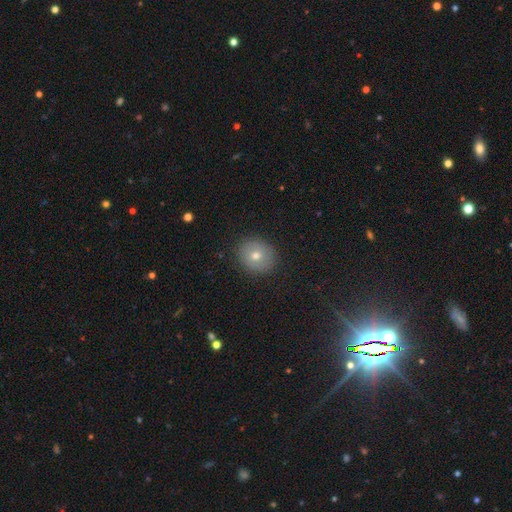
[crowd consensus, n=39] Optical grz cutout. It shows a smooth galaxy with no disk features (77%) that is round (80%). Merging: none (94%).